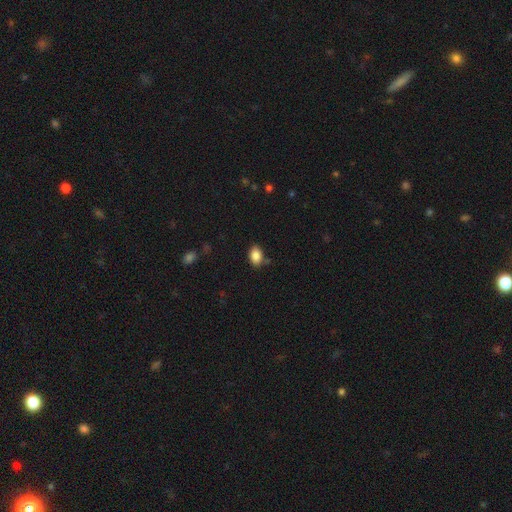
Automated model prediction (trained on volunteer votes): Smooth or featured?
  - smooth: 86% *
  - star or artifact: 8%
  - featured or disk: 6%
How rounded?
  - in between: 84% *
  - round: 15%
  - cigar-shaped: 1%
Merging?
  - none: 78% *
  - minor disturbance: 15%
  - merger: 3%
  - major disturbance: 3%